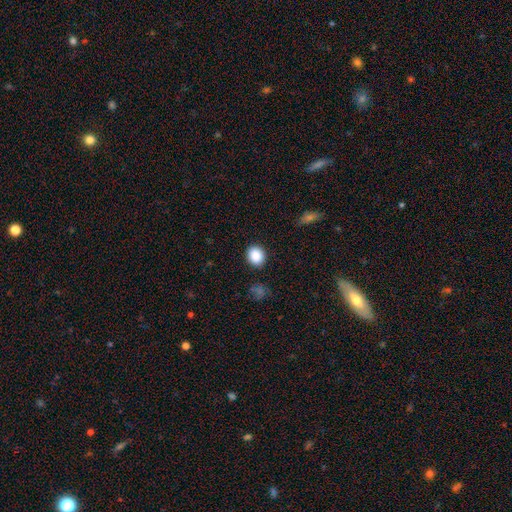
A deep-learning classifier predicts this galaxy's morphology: Q: Smooth or featured?
A: smooth (88%); runner-up: star or artifact (9%)
Q: How rounded?
A: round (64%); runner-up: in between (35%)
Q: Merging?
A: none (88%); runner-up: minor disturbance (8%)